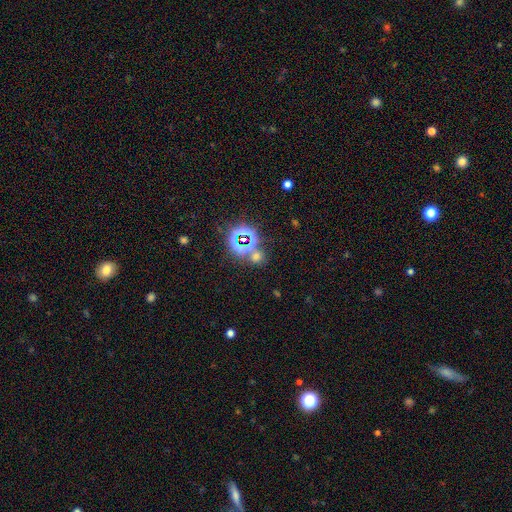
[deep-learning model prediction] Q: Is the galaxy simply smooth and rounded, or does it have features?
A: star or artifact — 52%.